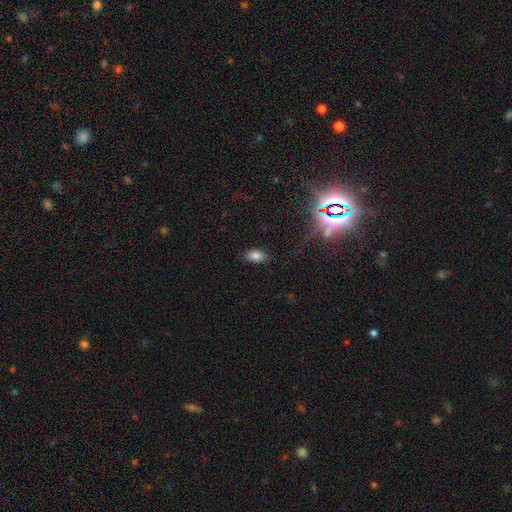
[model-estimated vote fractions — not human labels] smooth-or-featured: smooth: 80% | star or artifact: 12% | featured or disk: 7%
  how-rounded: in between: 92% | round: 6% | cigar-shaped: 3%
  merging: none: 86% | minor disturbance: 10% | major disturbance: 3% | merger: 1%